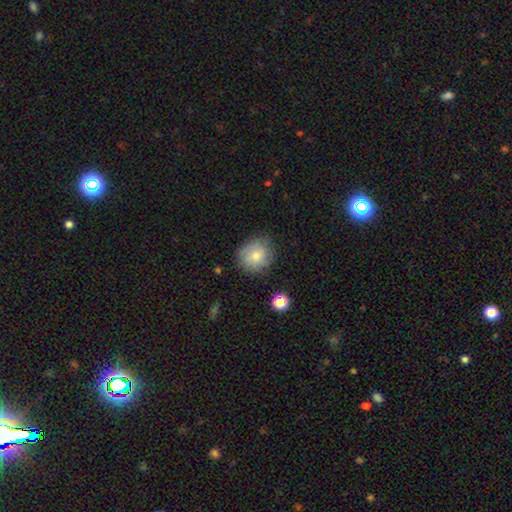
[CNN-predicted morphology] A smooth galaxy with no disk features (75%) that is round (85%).

Vote fractions:
- Smooth or featured? smooth: 75% / featured or disk: 16% / star or artifact: 9%
- How rounded? round: 85% / in between: 14% / cigar-shaped: 1%
- Merging? none: 79% / minor disturbance: 15% / major disturbance: 3% / merger: 2%